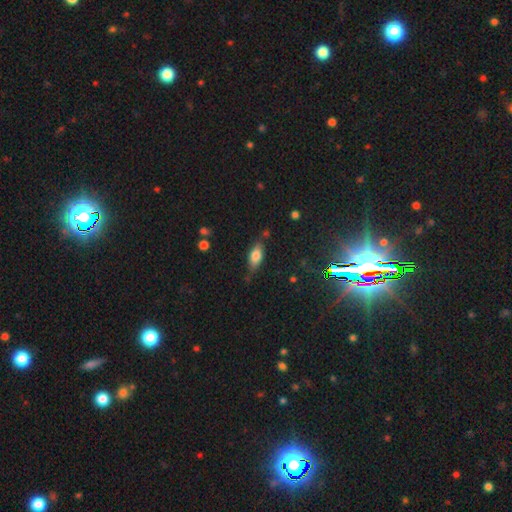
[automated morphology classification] Smooth or featured? smooth (73%)
How rounded? in between (79%)
Merging? none (73%)